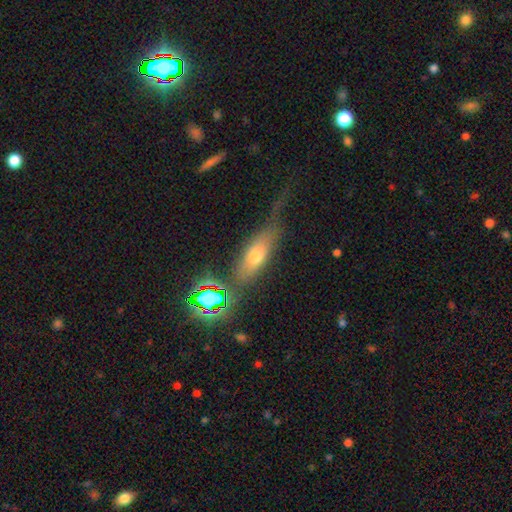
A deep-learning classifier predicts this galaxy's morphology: smooth 57%, featured or disk 29%, star or artifact 14%. Down the decision tree: how rounded — in between (59%); merging — none (52%).